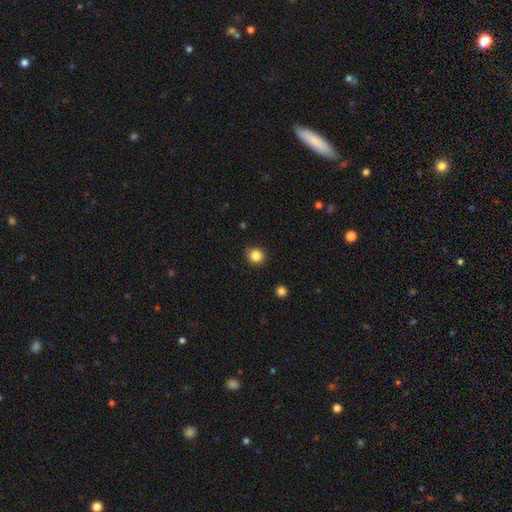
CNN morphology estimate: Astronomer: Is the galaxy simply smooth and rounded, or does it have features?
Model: smooth — 85%.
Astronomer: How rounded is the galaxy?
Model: round — 92%.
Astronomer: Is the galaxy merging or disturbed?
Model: none — 91%.